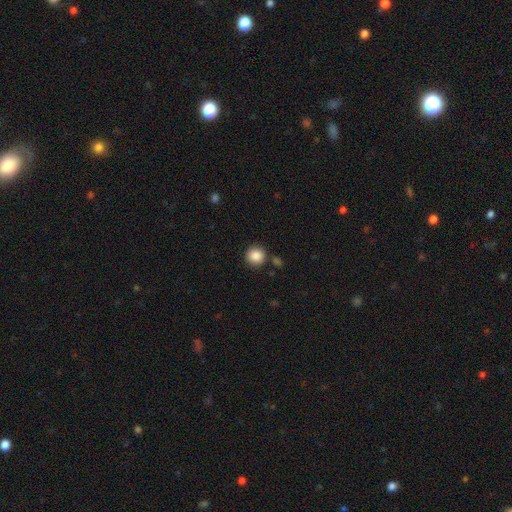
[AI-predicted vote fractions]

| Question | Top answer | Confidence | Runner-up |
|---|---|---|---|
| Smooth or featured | smooth | 87% | star or artifact (9%) |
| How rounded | round | 93% | in between (6%) |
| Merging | none | 86% | minor disturbance (7%) |